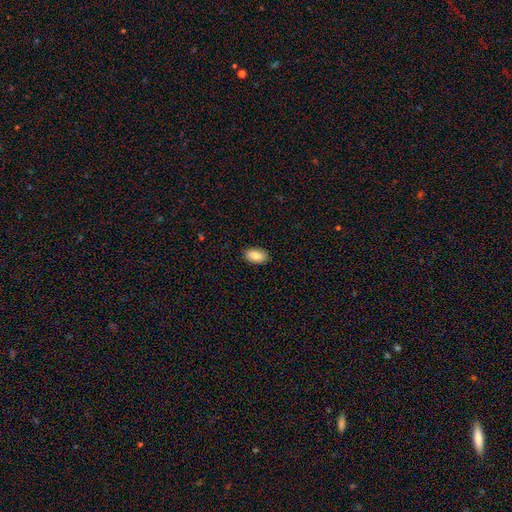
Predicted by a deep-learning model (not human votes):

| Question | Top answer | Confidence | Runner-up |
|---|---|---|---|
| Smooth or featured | smooth | 86% | featured or disk (7%) |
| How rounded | in between | 94% | round (4%) |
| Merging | none | 89% | minor disturbance (9%) |